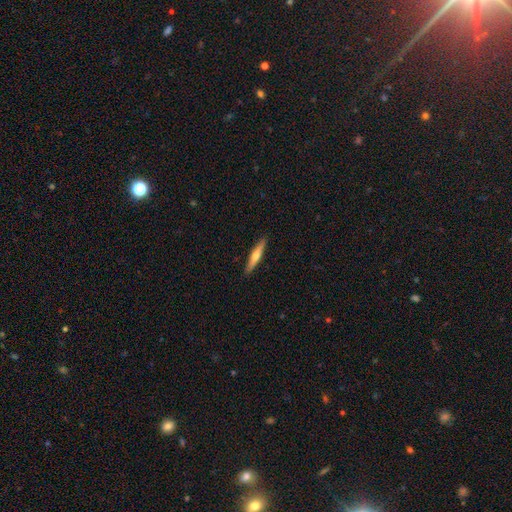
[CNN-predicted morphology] A featured or disk galaxy (54%) viewed edge-on (96%) with a rounded central bulge (90%).

Vote fractions:
- Smooth or featured? featured or disk: 54% / smooth: 41% / star or artifact: 5%
- Edge-on disk? yes: 96% / no: 4%
- Edge-on bulge? rounded: 90% / none: 7% / boxy: 3%
- Merging? none: 91% / minor disturbance: 7% / major disturbance: 1% / merger: 1%